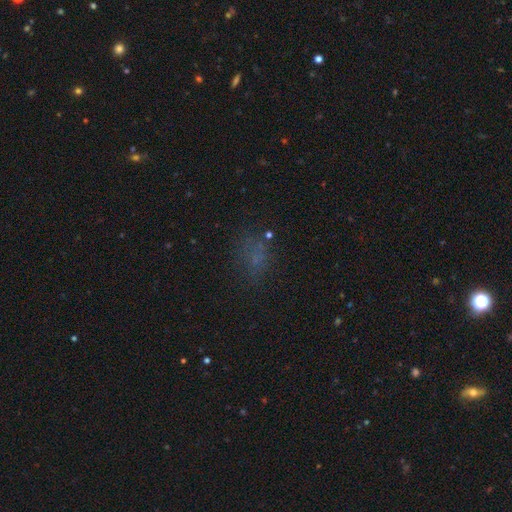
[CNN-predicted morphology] smooth 53%, star or artifact 33%, featured or disk 14%. Down the decision tree: how rounded — in between (67%); merging — none (62%).